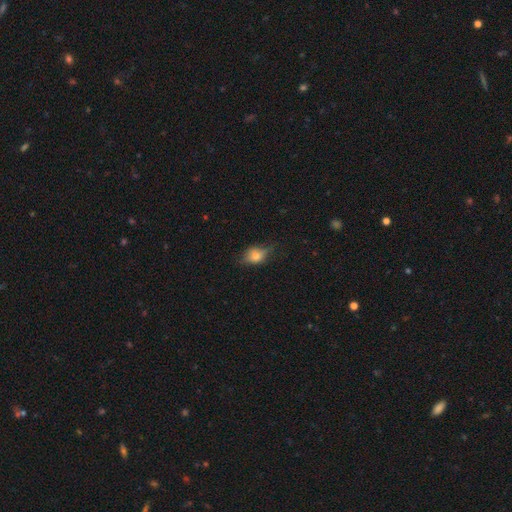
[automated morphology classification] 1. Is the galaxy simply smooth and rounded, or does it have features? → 66% smooth, 24% featured or disk, 10% star or artifact.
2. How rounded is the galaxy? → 64% in between, 32% round, 4% cigar-shaped.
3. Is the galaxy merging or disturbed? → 60% none, 30% minor disturbance, 9% major disturbance, 1% merger.